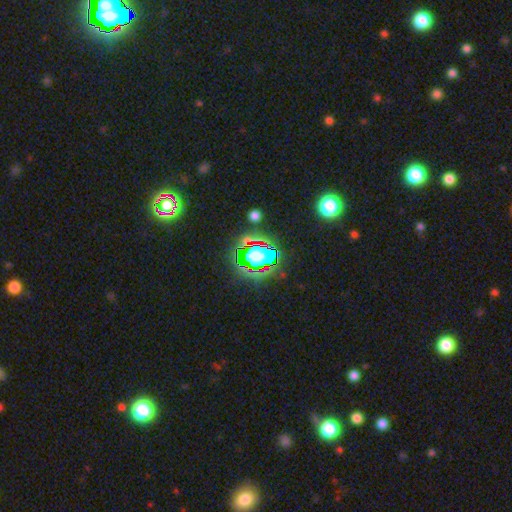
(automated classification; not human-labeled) Smooth or featured? star or artifact (57%)